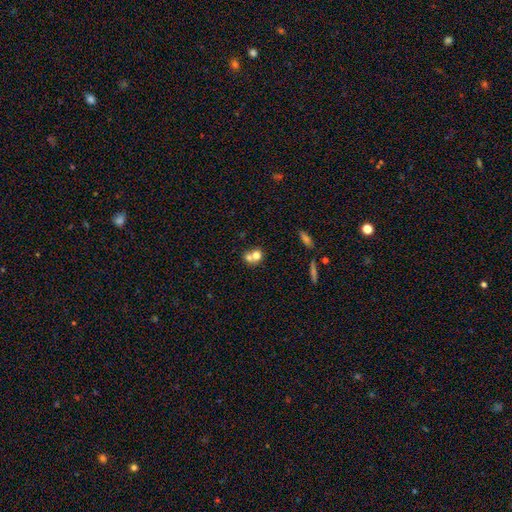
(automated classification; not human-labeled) smooth-or-featured: smooth: 70% | featured or disk: 19% | star or artifact: 12%
  how-rounded: round: 76% | in between: 23% | cigar-shaped: 1%
  merging: merger: 60% | none: 31% | minor disturbance: 6% | major disturbance: 3%